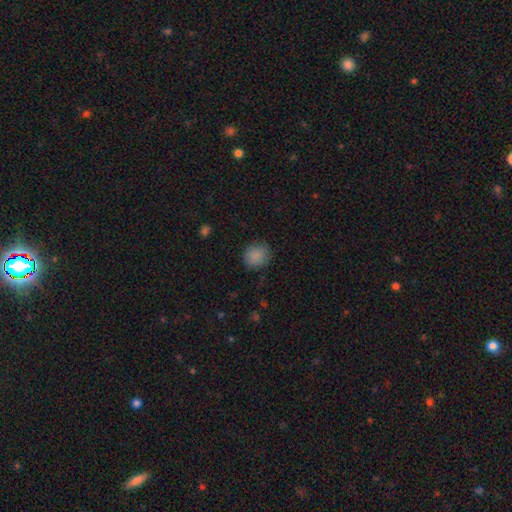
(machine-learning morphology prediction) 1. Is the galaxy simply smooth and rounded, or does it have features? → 87% smooth, 8% star or artifact, 5% featured or disk.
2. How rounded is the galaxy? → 76% round, 23% in between, 1% cigar-shaped.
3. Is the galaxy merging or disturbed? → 79% none, 16% minor disturbance, 4% major disturbance, 1% merger.